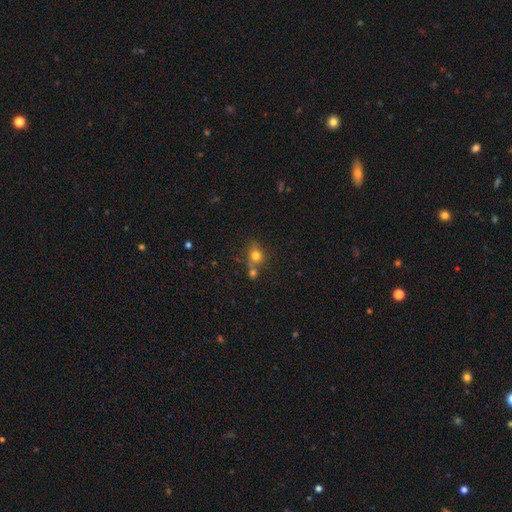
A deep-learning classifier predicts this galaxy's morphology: smooth-or-featured: smooth: 75% | star or artifact: 14% | featured or disk: 11%
  how-rounded: round: 73% | in between: 26% | cigar-shaped: 1%
  merging: none: 52% | merger: 29% | minor disturbance: 14% | major disturbance: 6%